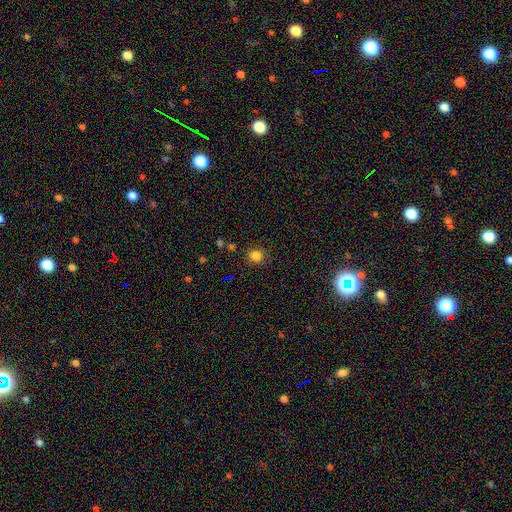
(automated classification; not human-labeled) Overall: smooth (81%). How rounded: round (87%). Merging: none (84%).